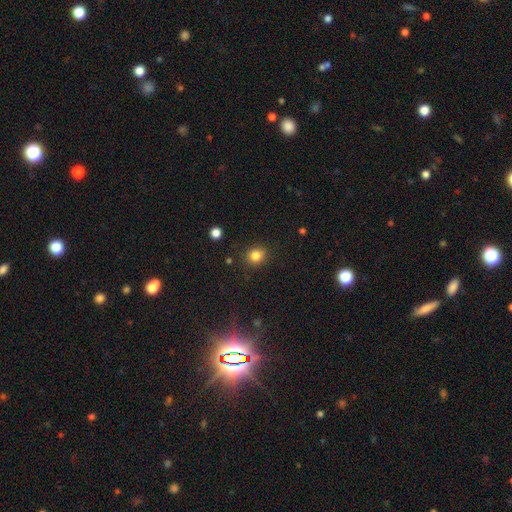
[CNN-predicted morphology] Overall: smooth (83%). How rounded: round (72%). Merging: none (86%).